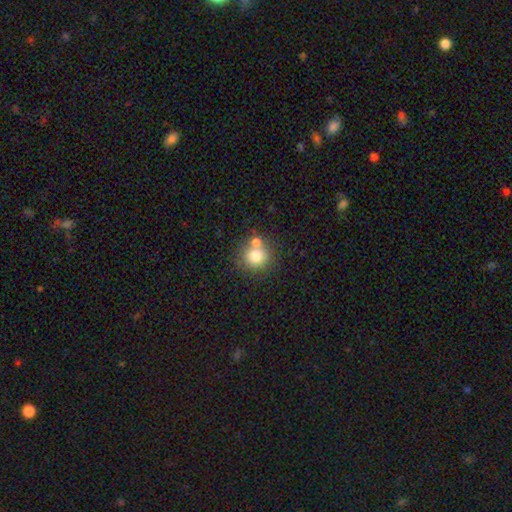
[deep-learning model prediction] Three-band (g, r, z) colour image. It shows a smooth galaxy with no disk features (77%) that is round (89%). Merging: none (61%).